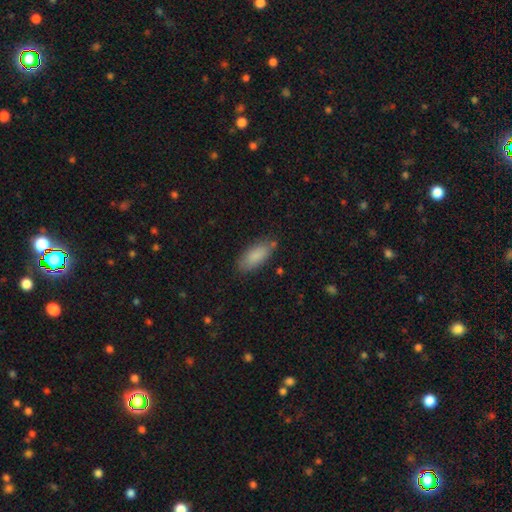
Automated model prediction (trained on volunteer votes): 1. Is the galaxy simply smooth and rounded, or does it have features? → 87% smooth, 6% star or artifact, 6% featured or disk.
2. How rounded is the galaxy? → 84% in between, 14% cigar-shaped, 2% round.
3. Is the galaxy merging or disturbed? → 77% none, 16% minor disturbance, 3% major disturbance, 3% merger.